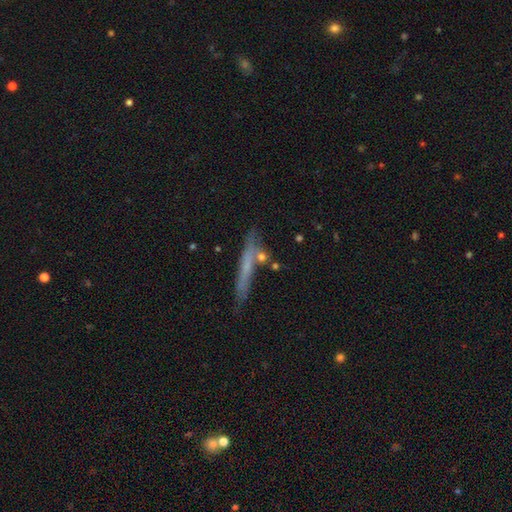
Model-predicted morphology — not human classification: Smooth or featured: smooth — 56% (featured or disk — 36%)
How rounded: cigar-shaped — 89% (in between — 7%)
Merging: none — 65% (minor disturbance — 19%)